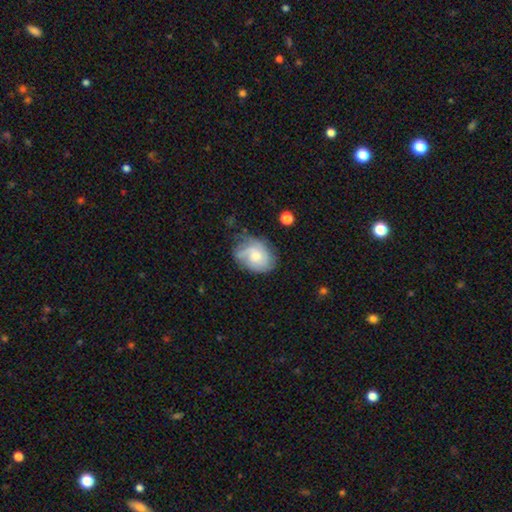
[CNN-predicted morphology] Overall: featured or disk (62%; smooth 31%). Edge-on disk: no (97%). Bar: no (75%). Spiral arms: yes (87%). Spiral arm count: can't tell (36%; 2 25%). Spiral winding: tight (48%; medium 37%). Bulge size: moderate (54%; small 35%). Merging: none (58%; minor disturbance 28%).